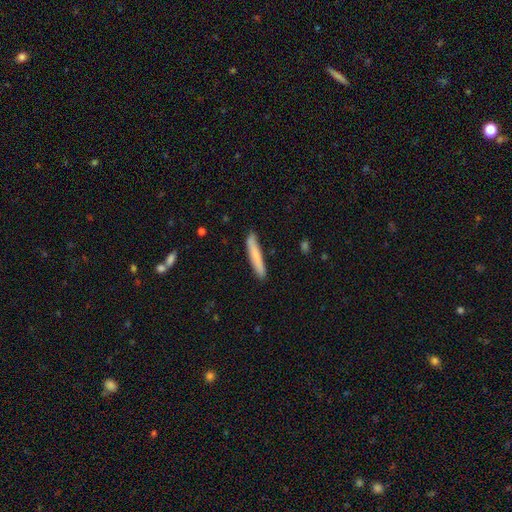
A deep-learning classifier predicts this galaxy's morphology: Overall: smooth (75%). How rounded: cigar-shaped (95%). Merging: none (87%).